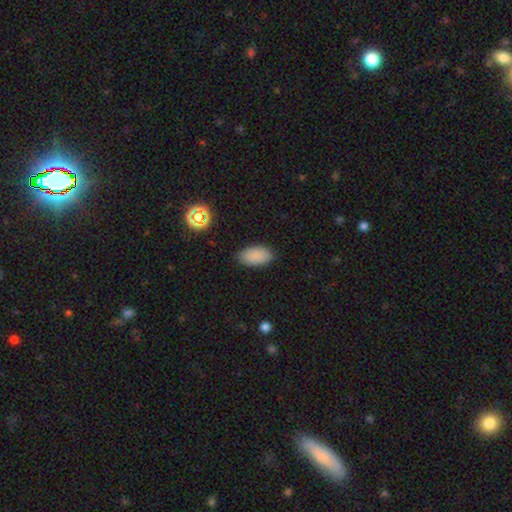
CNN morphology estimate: Overall: smooth (87%). How rounded: in between (94%). Merging: none (86%).